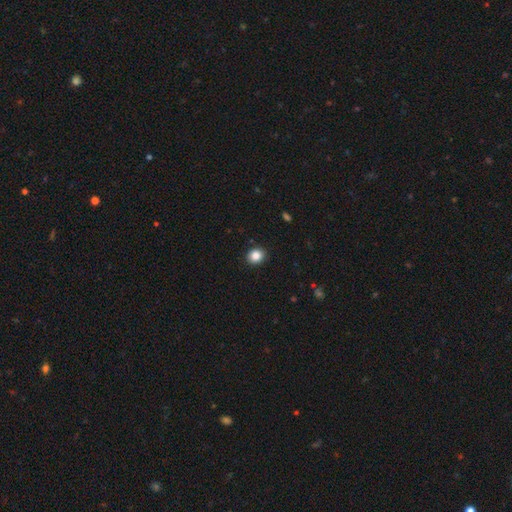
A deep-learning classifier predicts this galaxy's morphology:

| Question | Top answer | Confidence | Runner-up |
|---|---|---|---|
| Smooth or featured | smooth | 86% | star or artifact (10%) |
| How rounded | round | 72% | in between (27%) |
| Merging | none | 91% | minor disturbance (6%) |